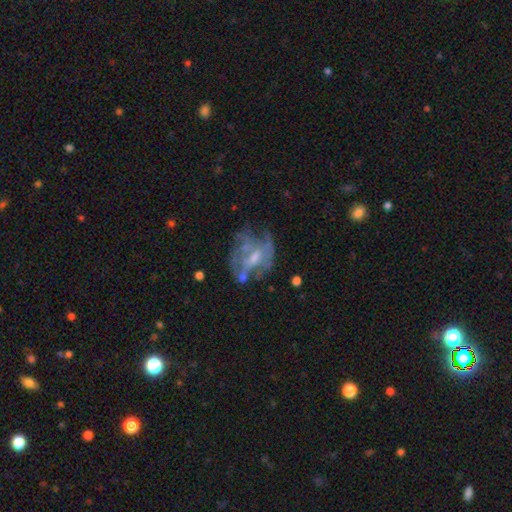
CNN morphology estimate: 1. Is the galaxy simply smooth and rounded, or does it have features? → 70% featured or disk, 18% smooth, 12% star or artifact.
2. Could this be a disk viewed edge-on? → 96% no, 4% yes.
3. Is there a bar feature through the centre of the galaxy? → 54% no, 37% weak, 9% strong.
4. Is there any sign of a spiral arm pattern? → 53% no, 47% yes.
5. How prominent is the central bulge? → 43% moderate, 39% small, 13% none, 3% large, 1% dominant.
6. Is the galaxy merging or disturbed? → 48% none, 25% major disturbance, 21% minor disturbance, 7% merger.